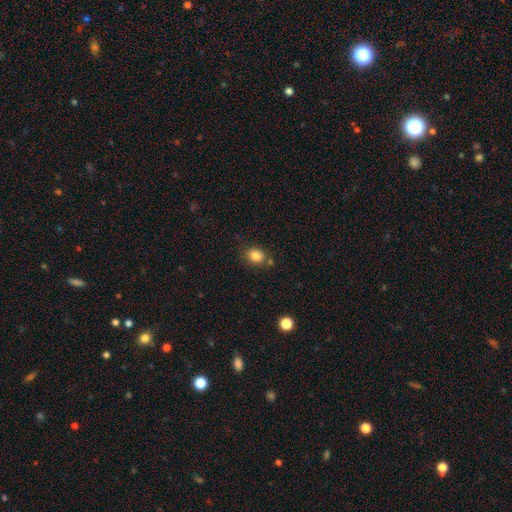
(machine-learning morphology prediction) smooth_or_featured: smooth (p=0.83) [alt: star or artifact p=0.11]
how_rounded: round (p=0.51) [alt: in between p=0.48]
merging: none (p=0.73) [alt: minor disturbance p=0.14]